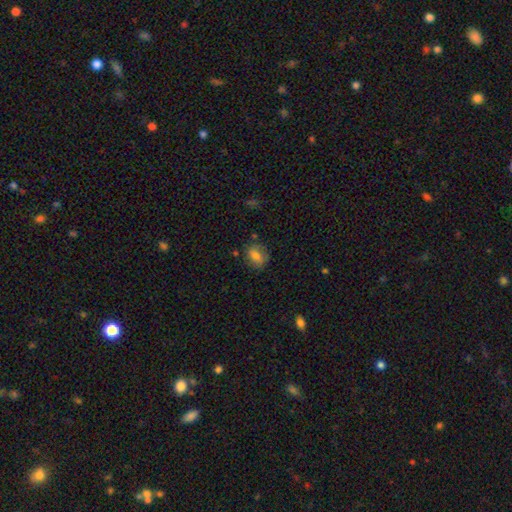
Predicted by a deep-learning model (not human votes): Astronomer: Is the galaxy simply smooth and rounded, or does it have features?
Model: smooth — 74%.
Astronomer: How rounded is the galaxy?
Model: in between — 50% (runner-up: round, 48%).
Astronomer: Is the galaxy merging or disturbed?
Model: none — 73%.